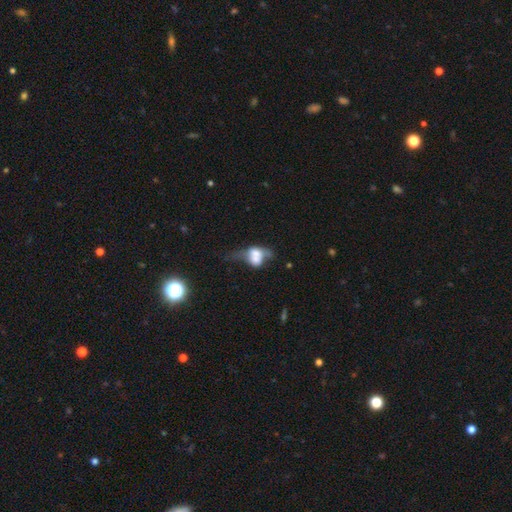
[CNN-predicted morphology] Q: Smooth or featured?
A: smooth (50%); runner-up: featured or disk (39%)
Q: How rounded?
A: in between (62%); runner-up: round (34%)
Q: Merging?
A: merger (56%); runner-up: major disturbance (18%)